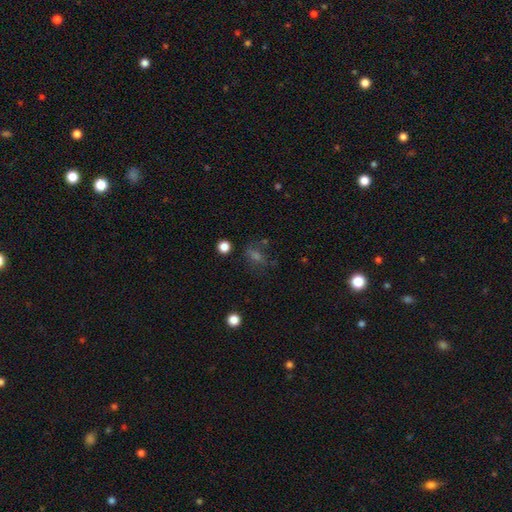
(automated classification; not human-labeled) smooth 45%, star or artifact 34%, featured or disk 21%. Down the decision tree: merging — none (63%).